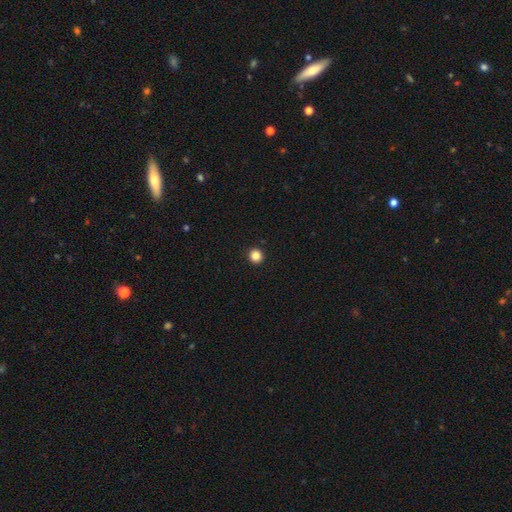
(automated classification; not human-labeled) A smooth galaxy with no disk features (86%) that is round (94%).

Vote fractions:
- Smooth or featured? smooth: 86% / star or artifact: 11% / featured or disk: 3%
- How rounded? round: 94% / in between: 5% / cigar-shaped: 1%
- Merging? none: 94% / minor disturbance: 4% / major disturbance: 1% / merger: 1%